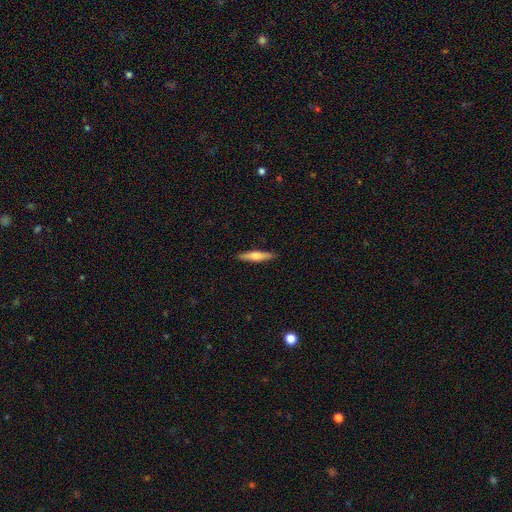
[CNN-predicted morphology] This appears to be a smooth galaxy with no disk features (51%) that is cigar-shaped (84%). Merging: none (91%).